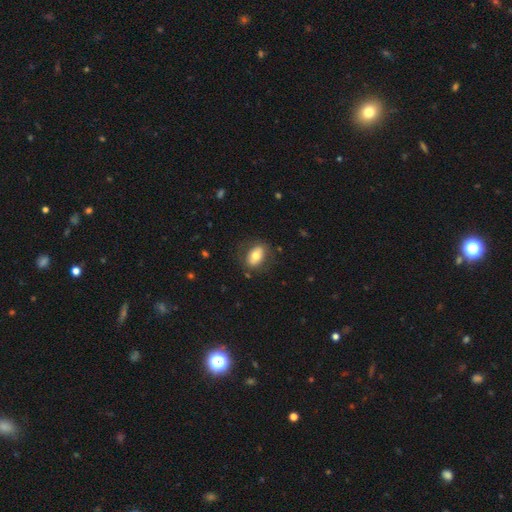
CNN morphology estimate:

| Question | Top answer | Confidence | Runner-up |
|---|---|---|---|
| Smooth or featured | smooth | 71% | featured or disk (22%) |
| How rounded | in between | 85% | round (13%) |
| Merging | none | 78% | minor disturbance (14%) |